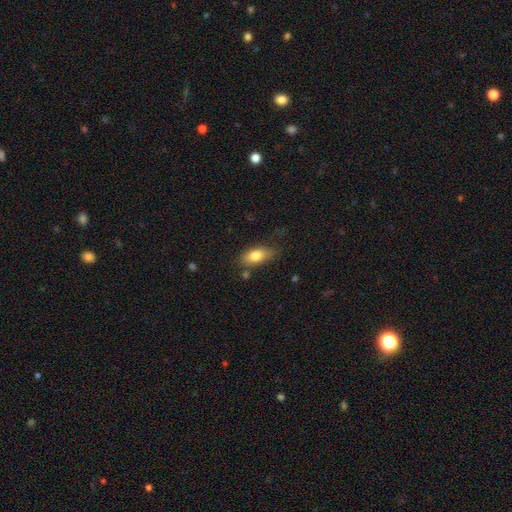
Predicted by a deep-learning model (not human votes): A smooth galaxy with no disk features (79%) that is in between round and cigar-shaped (85%). Merging: none (69%).